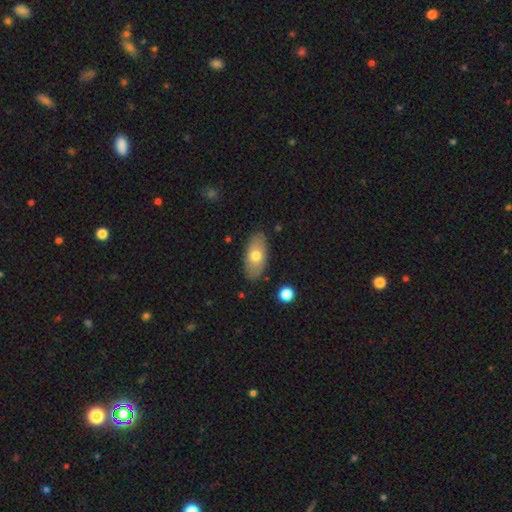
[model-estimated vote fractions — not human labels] smooth_or_featured: smooth (p=0.70) [alt: featured or disk p=0.24]
how_rounded: in between (p=0.90) [alt: cigar-shaped p=0.06]
merging: none (p=0.85) [alt: minor disturbance p=0.11]